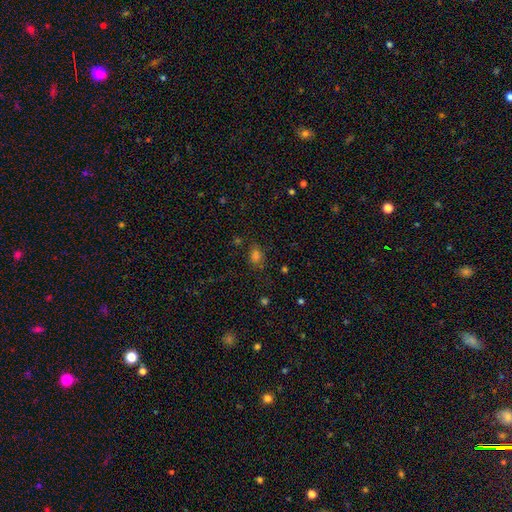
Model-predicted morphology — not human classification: A smooth galaxy with no disk features (63%) that is in between round and cigar-shaped (58%). Merging: none (74%).